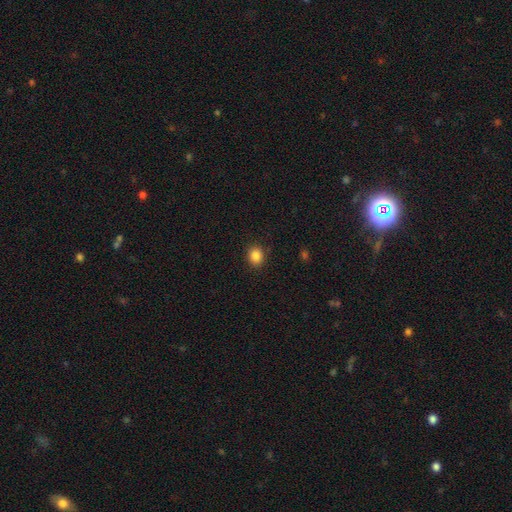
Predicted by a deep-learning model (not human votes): This appears to be a smooth galaxy with no disk features (86%) that is round (62%). Merging: none (89%).